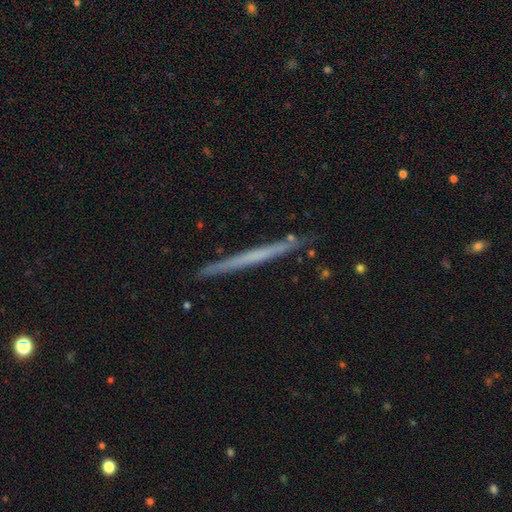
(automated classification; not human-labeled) A featured or disk galaxy (52%) viewed edge-on (97%) with no central bulge (92%). Merging: none (89%).